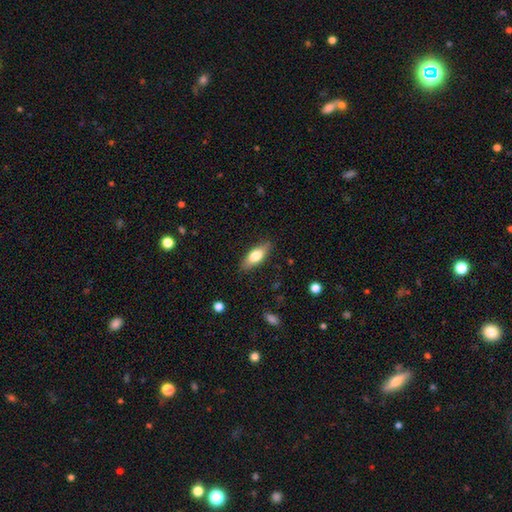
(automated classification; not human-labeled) Overall: smooth (70%). How rounded: in between (71%). Merging: none (85%).